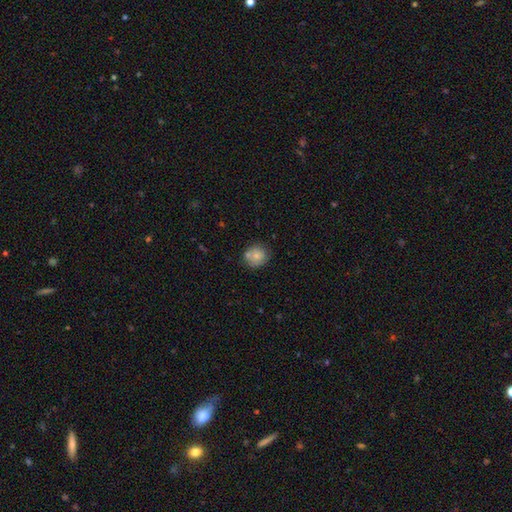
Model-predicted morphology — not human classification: Overall: smooth (76%). How rounded: round (86%). Merging: none (66%).